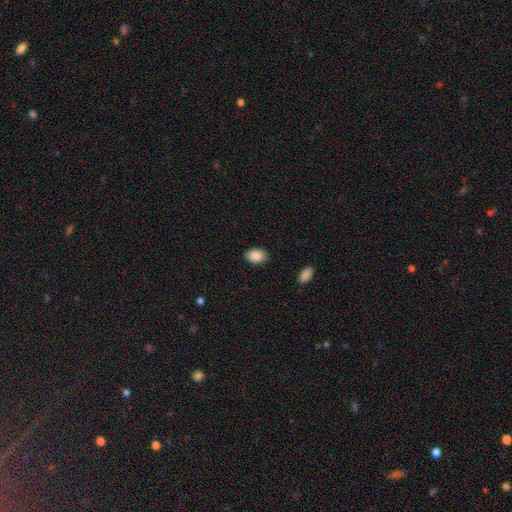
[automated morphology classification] Overall: smooth (88%). How rounded: in between (77%). Merging: none (83%).